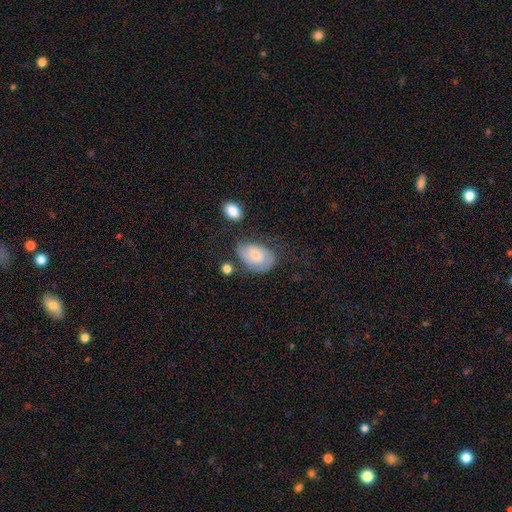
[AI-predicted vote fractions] featured or disk 49%, smooth 43%, star or artifact 7%. Down the decision tree: merging — none (57%).